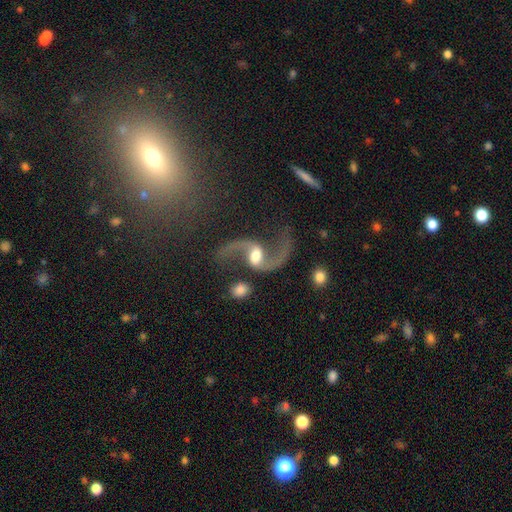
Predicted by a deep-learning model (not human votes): This is clearly a featured or disk galaxy (91%). It is clearly not viewed edge-on (97%). Bar: possibly weak (45%). Spiral arm pattern: clearly yes (97%). Spiral arm count: clearly 2 (95%). Spiral winding: clearly loose (88%). Central bulge: possibly moderate (60%). Merging: likely none (72%).